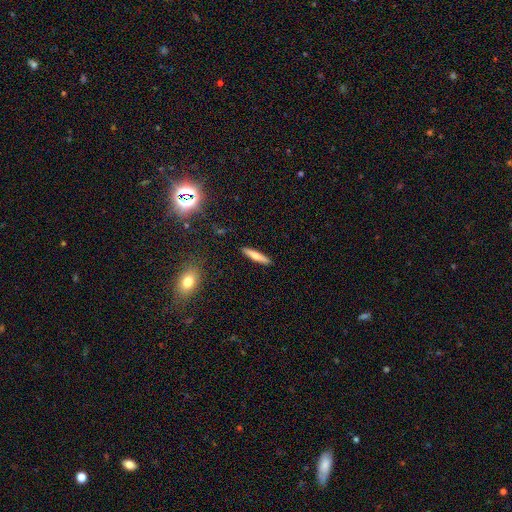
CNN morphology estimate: A smooth galaxy with no disk features (65%) that is cigar-shaped (89%). Merging: none (91%).